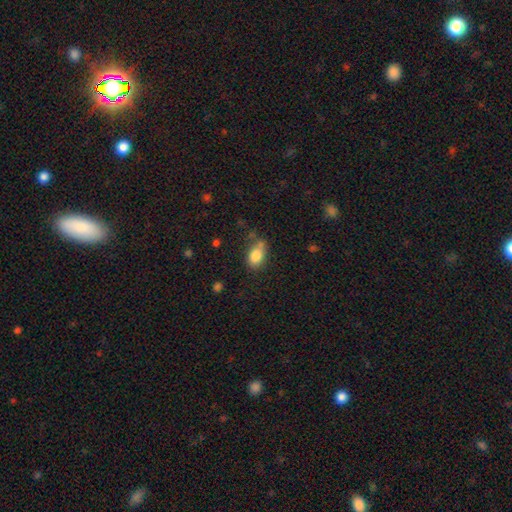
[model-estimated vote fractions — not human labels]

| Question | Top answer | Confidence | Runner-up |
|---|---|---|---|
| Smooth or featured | smooth | 82% | featured or disk (9%) |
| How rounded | in between | 83% | round (15%) |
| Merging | none | 58% | minor disturbance (24%) |